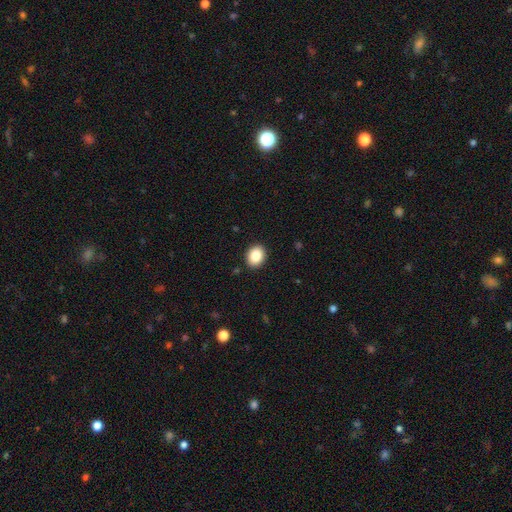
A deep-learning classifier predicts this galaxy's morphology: This is clearly a smooth galaxy (87%). How rounded: possibly round (50%). Merging: clearly none (91%).